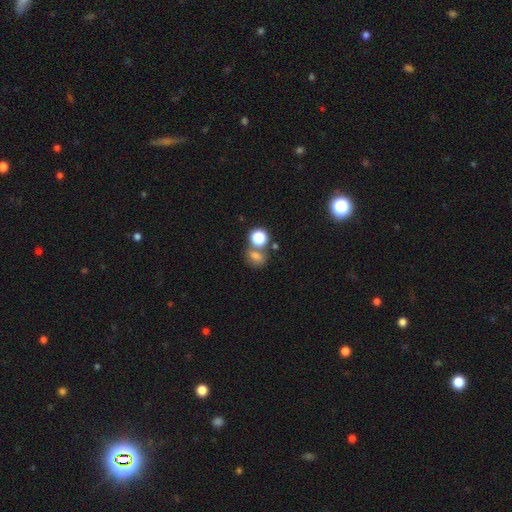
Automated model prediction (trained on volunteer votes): This appears to be a smooth galaxy with no disk features (68%) that is round (52%). Merging: none (52%).